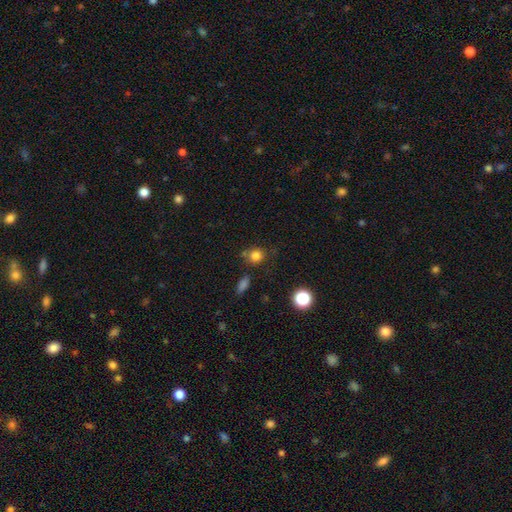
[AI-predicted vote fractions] smooth_or_featured: smooth (p=0.81) [alt: star or artifact p=0.13]
how_rounded: round (p=0.82) [alt: in between p=0.17]
merging: none (p=0.71) [alt: minor disturbance p=0.15]